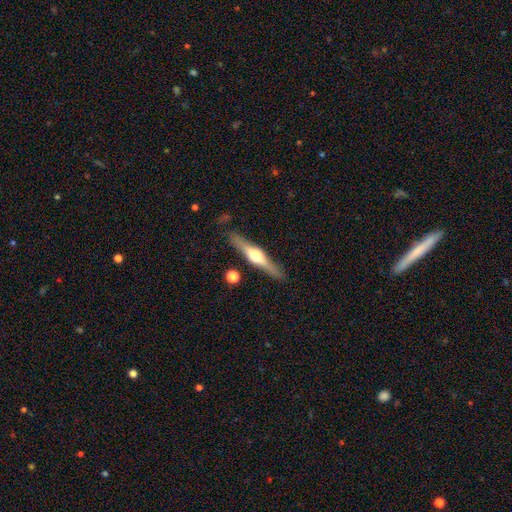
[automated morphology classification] Smooth or featured? Predicted: featured or disk (p=0.71). Edge-on disk? Predicted: yes (p=0.97). Edge-on bulge? Predicted: rounded (p=0.93). Merging? Predicted: none (p=0.86).